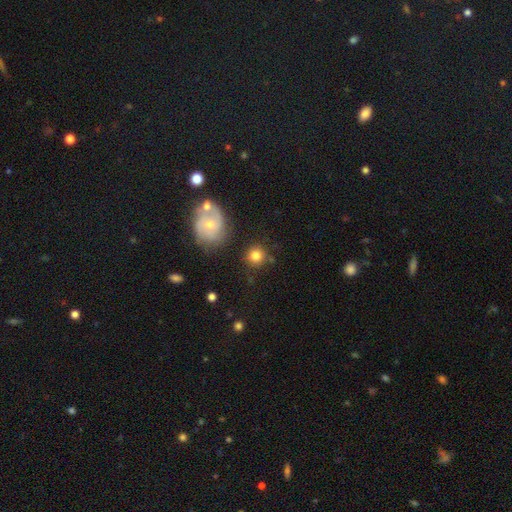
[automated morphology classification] Smooth or featured: smooth — 82% (featured or disk — 9%)
How rounded: round — 92% (in between — 7%)
Merging: none — 82% (minor disturbance — 9%)